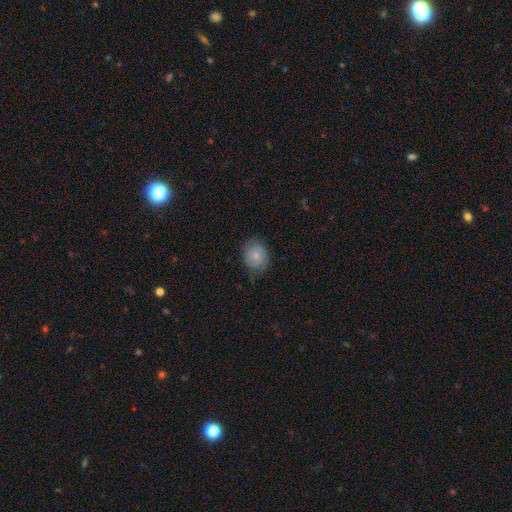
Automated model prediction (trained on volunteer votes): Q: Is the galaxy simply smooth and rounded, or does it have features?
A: smooth — 75%.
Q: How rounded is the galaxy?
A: round — 52%.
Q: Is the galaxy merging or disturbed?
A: none — 64%.